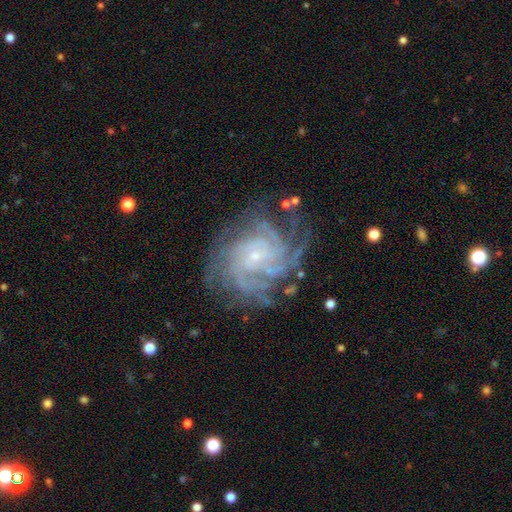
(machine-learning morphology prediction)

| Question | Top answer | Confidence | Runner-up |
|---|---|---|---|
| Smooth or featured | featured or disk | 89% | star or artifact (7%) |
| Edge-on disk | no | 98% | yes (2%) |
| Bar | no | 64% | weak (28%) |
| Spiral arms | yes | 98% | no (2%) |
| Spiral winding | tight | 71% | medium (25%) |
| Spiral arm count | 4 | 31% | more than 4 (24%) |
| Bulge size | small | 83% | moderate (11%) |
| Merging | none | 71% | minor disturbance (17%) |